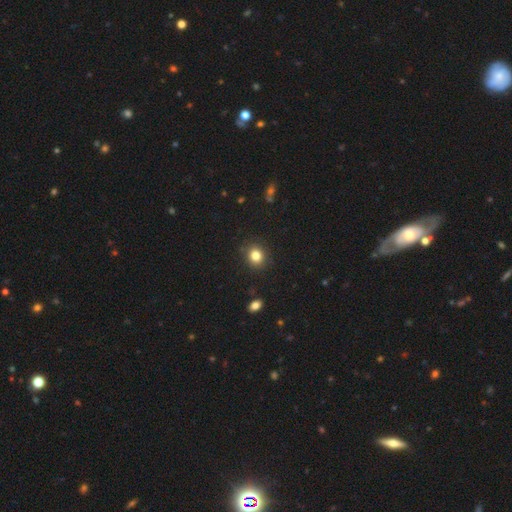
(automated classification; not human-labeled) Smooth or featured: smooth — 83% (star or artifact — 11%)
How rounded: round — 70% (in between — 29%)
Merging: none — 89% (minor disturbance — 8%)